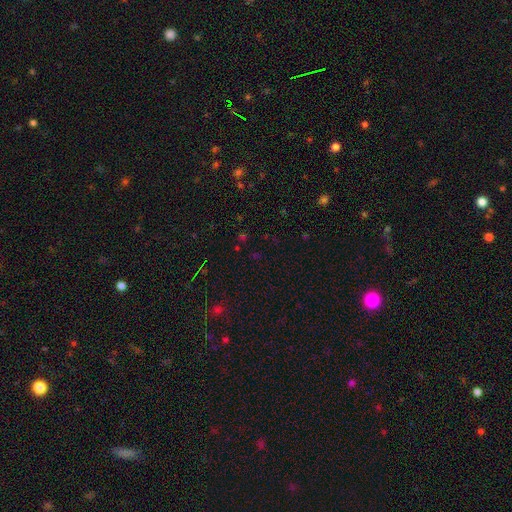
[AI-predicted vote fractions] This appears to be a star or artifact, not a galaxy (63%).